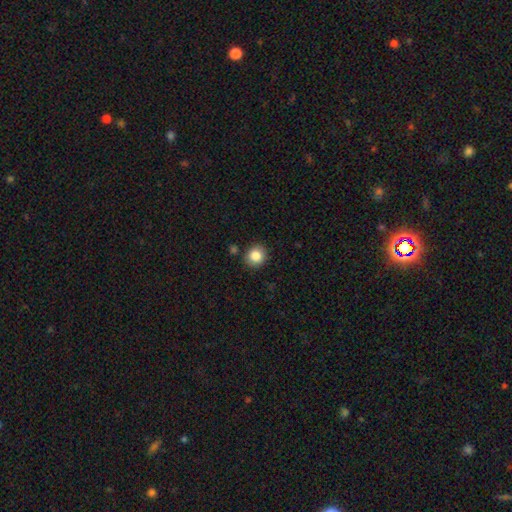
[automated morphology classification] This appears to be a smooth galaxy with no disk features (85%) that is round (85%). Merging: none (86%).